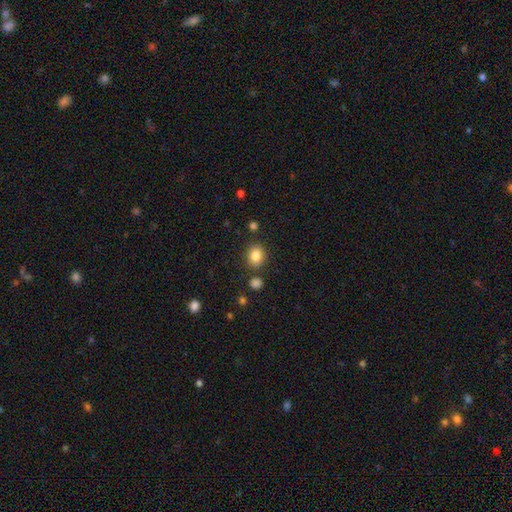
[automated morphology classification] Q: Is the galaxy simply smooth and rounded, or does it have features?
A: smooth — 85%.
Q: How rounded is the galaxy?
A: round — 59%.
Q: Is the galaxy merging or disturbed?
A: none — 82%.